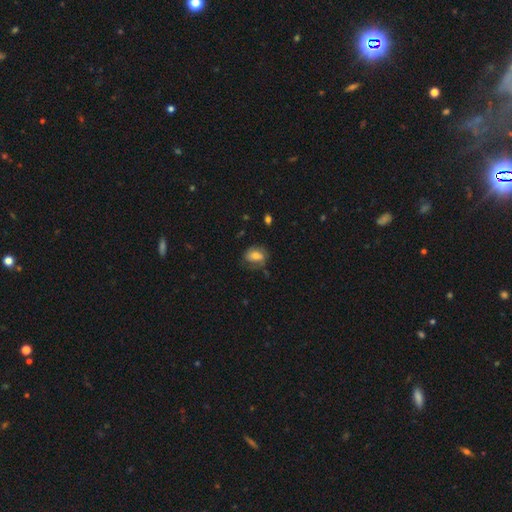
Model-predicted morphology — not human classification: Smooth or featured? smooth (62%)
How rounded? in between (71%)
Merging? none (55%)